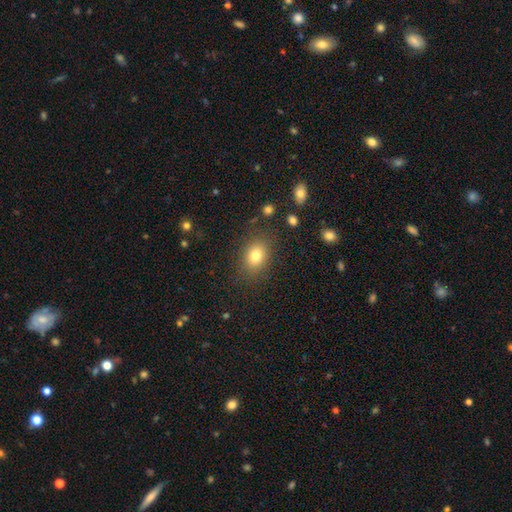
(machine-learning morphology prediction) Smooth or featured: smooth — 80% (star or artifact — 11%)
How rounded: in between — 65% (round — 34%)
Merging: none — 84% (minor disturbance — 11%)